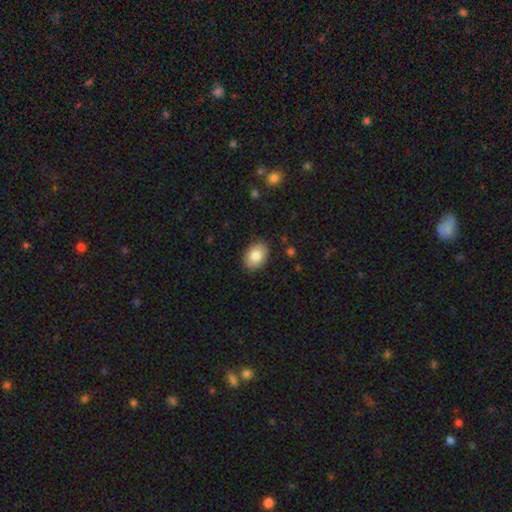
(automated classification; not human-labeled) This appears to be a smooth galaxy with no disk features (84%) that is in between round and cigar-shaped (81%). Merging: none (88%).